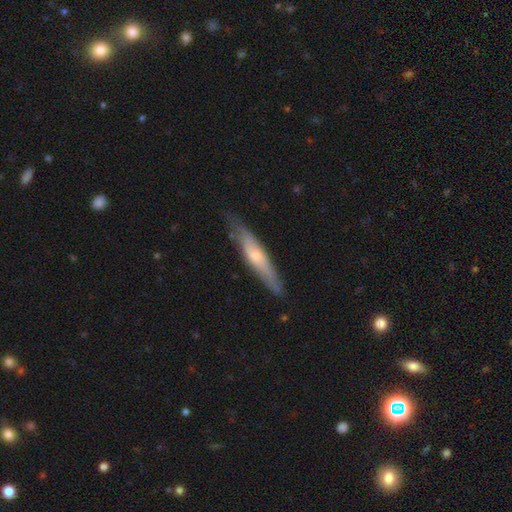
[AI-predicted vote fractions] This appears to be a featured or disk galaxy (50%) viewed edge-on (78%). Merging: none (79%).